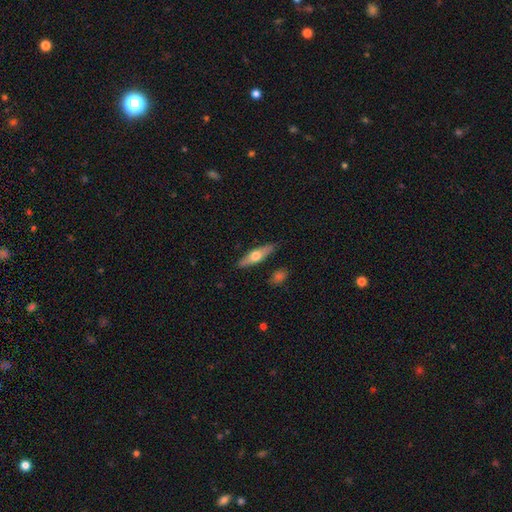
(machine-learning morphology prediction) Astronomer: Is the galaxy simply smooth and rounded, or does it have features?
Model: smooth — 48% (runner-up: featured or disk, 46%).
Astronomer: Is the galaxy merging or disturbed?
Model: none — 84%.